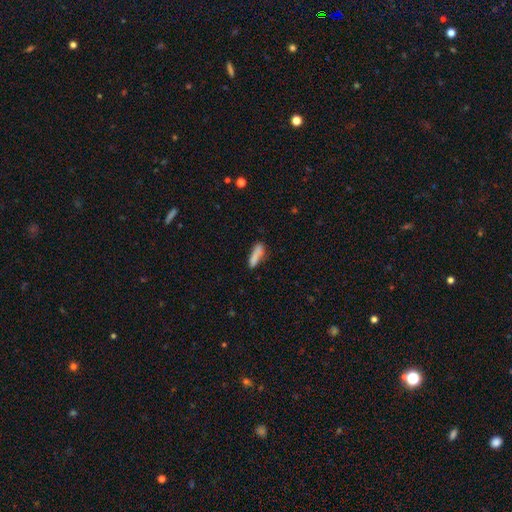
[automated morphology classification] Smooth or featured? Predicted: smooth (p=0.80). How rounded? Predicted: cigar-shaped (p=0.57). Merging? Predicted: none (p=0.58).